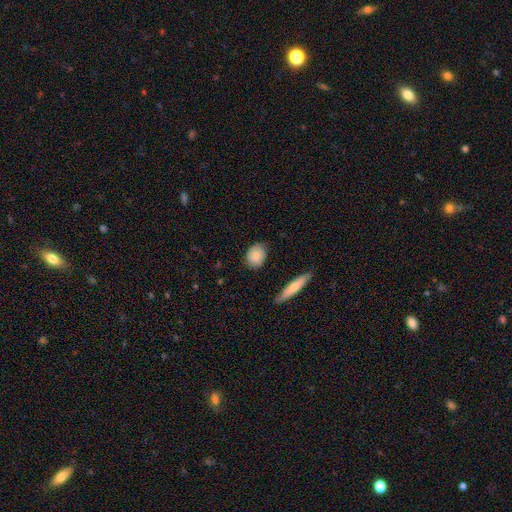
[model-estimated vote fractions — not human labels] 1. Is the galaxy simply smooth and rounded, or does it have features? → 82% smooth, 11% featured or disk, 7% star or artifact.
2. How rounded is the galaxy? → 54% in between, 43% round, 3% cigar-shaped.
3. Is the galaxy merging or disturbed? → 80% none, 15% minor disturbance, 3% major disturbance, 2% merger.